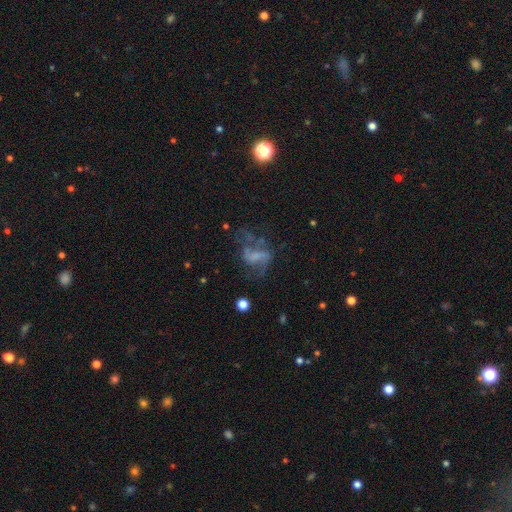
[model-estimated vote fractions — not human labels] A featured or disk galaxy (61%) with no bar (44%), spiral arms (64%) and no central bulge (55%).

Vote fractions:
- Smooth or featured? featured or disk: 61% / smooth: 25% / star or artifact: 15%
- Edge-on disk? no: 97% / yes: 3%
- Bar? no: 44% / weak: 38% / strong: 18%
- Spiral arms? yes: 64% / no: 36%
- Bulge size? none: 55% / small: 22% / moderate: 15% / large: 6% / dominant: 2%
- Merging? major disturbance: 42% / none: 33% / minor disturbance: 19% / merger: 7%